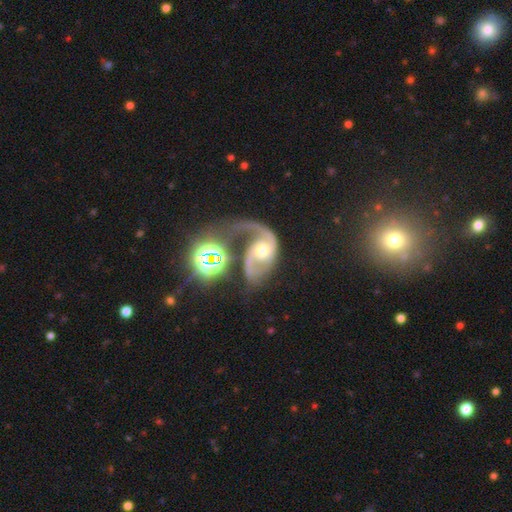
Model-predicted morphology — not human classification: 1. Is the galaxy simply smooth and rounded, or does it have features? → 85% featured or disk, 8% star or artifact, 7% smooth.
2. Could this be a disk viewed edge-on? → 98% no, 2% yes.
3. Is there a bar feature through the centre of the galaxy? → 61% no, 29% weak, 10% strong.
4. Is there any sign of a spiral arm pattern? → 96% yes, 4% no.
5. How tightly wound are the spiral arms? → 45% medium, 39% loose, 16% tight.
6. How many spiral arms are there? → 72% 2, 20% 1, 4% can't tell, 2% 3, 1% 4, 1% more than 4.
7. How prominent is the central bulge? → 65% moderate, 26% small, 7% large, 2% none, 1% dominant.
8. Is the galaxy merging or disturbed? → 32% major disturbance, 31% none, 20% merger, 17% minor disturbance.